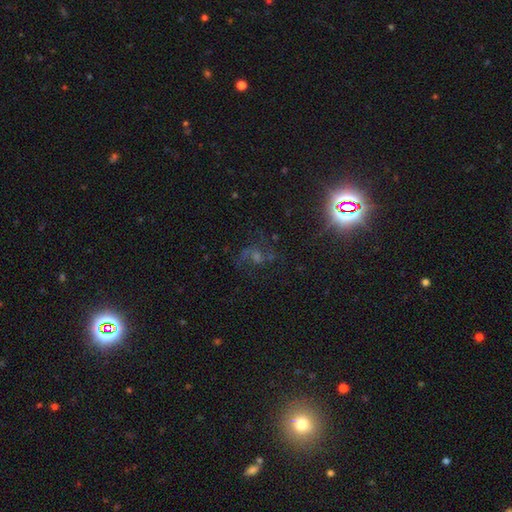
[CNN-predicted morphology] A star or artifact, not a galaxy (45%).